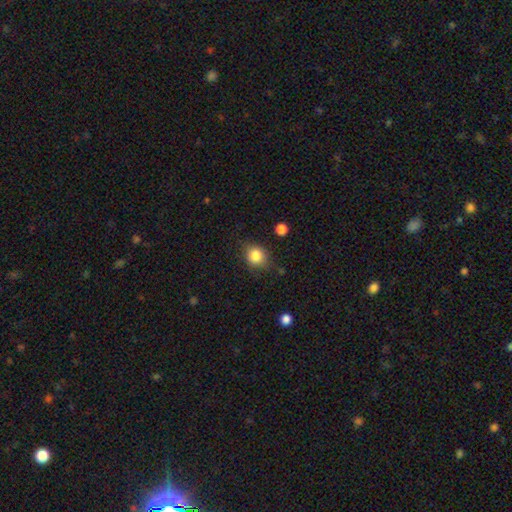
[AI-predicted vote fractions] A smooth galaxy with no disk features (84%) that is round (70%). Merging: none (78%).